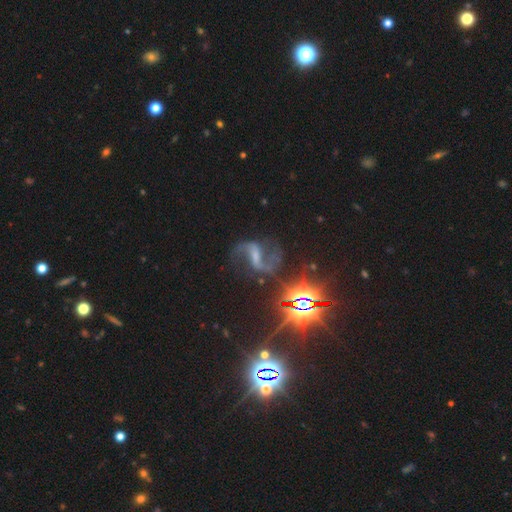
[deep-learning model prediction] Morphology: type=featured or disk (77%); edge-on=no (96%); bar=strong (54%); spiral arms=yes (95%); winding=loose (67%); arm count=2 (92%); bulge=small (41%); merging=none (73%).